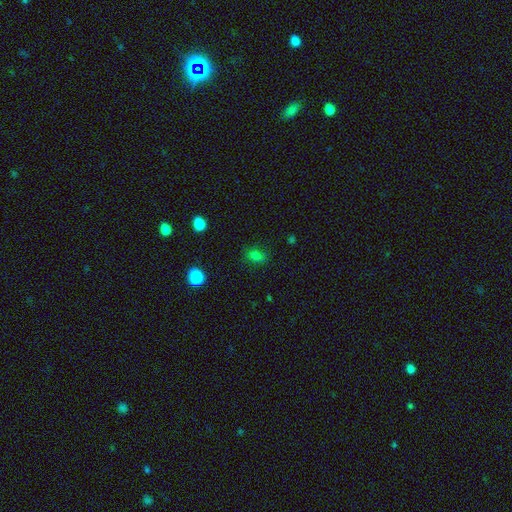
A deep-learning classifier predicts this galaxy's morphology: A smooth galaxy with no disk features (78%) that is in between round and cigar-shaped (66%).

Vote fractions:
- Smooth or featured? smooth: 78% / star or artifact: 17% / featured or disk: 6%
- How rounded? in between: 66% / round: 32% / cigar-shaped: 2%
- Merging? none: 78% / minor disturbance: 15% / major disturbance: 4% / merger: 2%